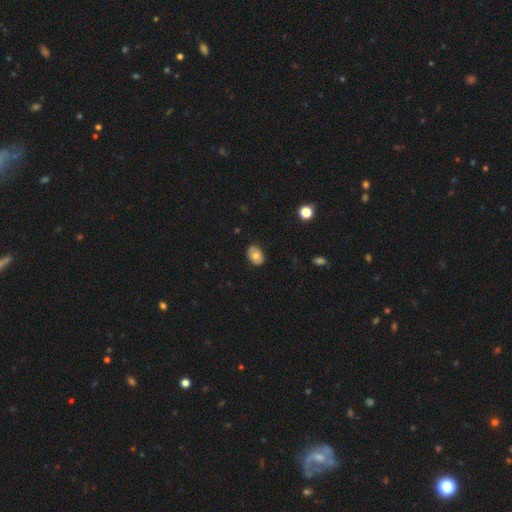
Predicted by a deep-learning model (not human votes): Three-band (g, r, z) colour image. It shows a smooth galaxy with no disk features (69%) that is in between round and cigar-shaped (71%). Merging: none (83%).